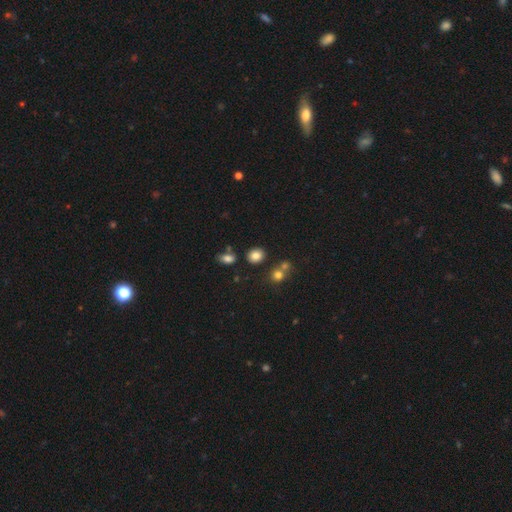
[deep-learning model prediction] Smooth or featured: smooth — 82% (star or artifact — 12%)
How rounded: round — 64% (in between — 35%)
Merging: none — 79% (minor disturbance — 10%)